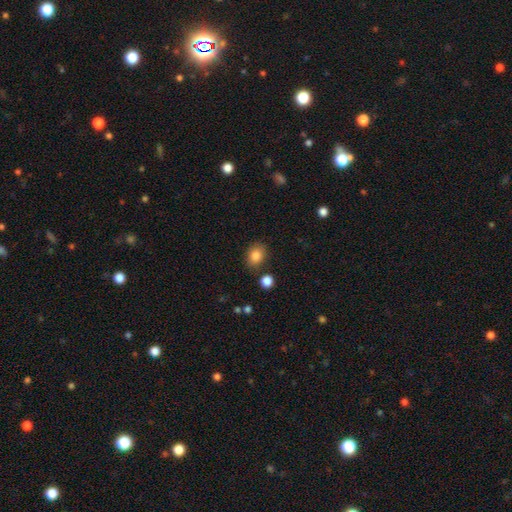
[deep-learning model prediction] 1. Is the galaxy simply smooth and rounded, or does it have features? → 85% smooth, 10% star or artifact, 6% featured or disk.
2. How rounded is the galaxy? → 52% in between, 47% round, 1% cigar-shaped.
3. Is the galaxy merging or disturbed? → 82% none, 11% minor disturbance, 4% merger, 3% major disturbance.